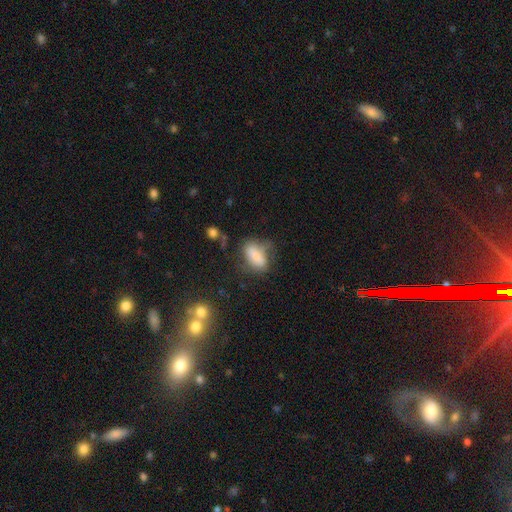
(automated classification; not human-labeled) This is likely a smooth galaxy (75%). How rounded: clearly in between (83%). Merging: marginally none (41%).